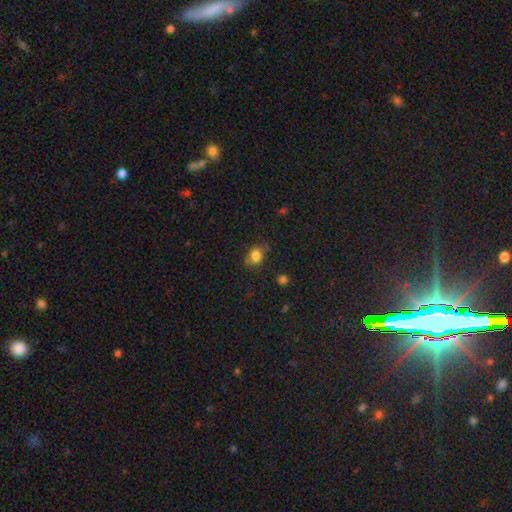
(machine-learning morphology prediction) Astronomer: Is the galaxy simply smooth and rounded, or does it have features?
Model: smooth — 81%.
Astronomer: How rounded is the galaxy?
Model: round — 59% (runner-up: in between, 40%).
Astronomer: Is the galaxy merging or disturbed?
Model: none — 69%.